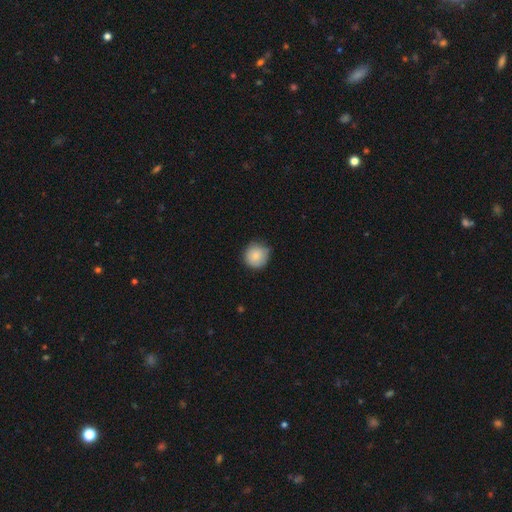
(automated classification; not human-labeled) smooth 82%, featured or disk 10%, star or artifact 8%. Down the decision tree: how rounded — round (92%); merging — none (72%).